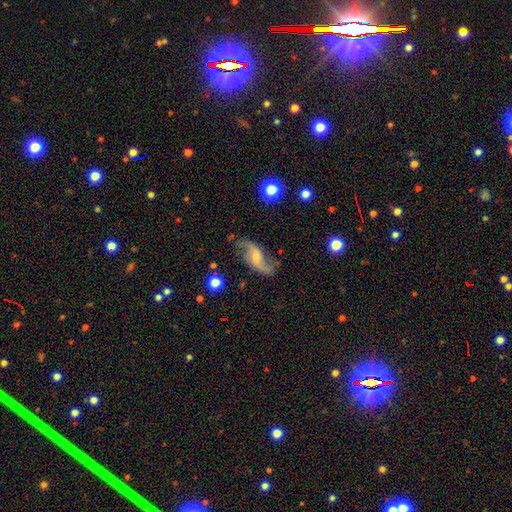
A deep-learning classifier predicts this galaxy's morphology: type=featured or disk (86%); edge-on=no (96%); bar=weak (43%, tied with no); spiral arms=yes (96%); winding=loose (77%); arm count=2 (93%); bulge=small (56%); merging=none (77%).